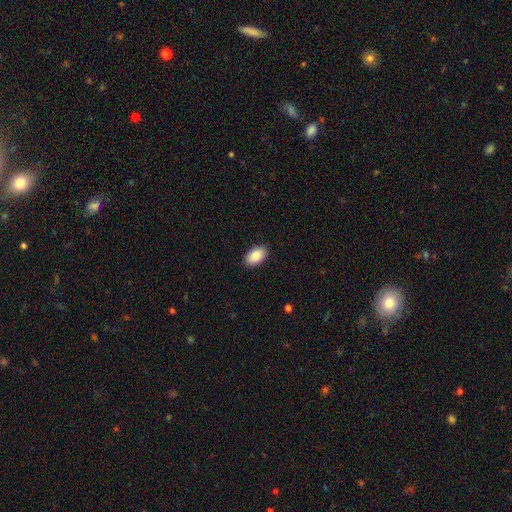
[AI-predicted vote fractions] A smooth galaxy with no disk features (87%) that is in between round and cigar-shaped (94%).

Vote fractions:
- Smooth or featured? smooth: 87% / star or artifact: 7% / featured or disk: 6%
- How rounded? in between: 94% / round: 5% / cigar-shaped: 1%
- Merging? none: 89% / minor disturbance: 8% / major disturbance: 2% / merger: 1%